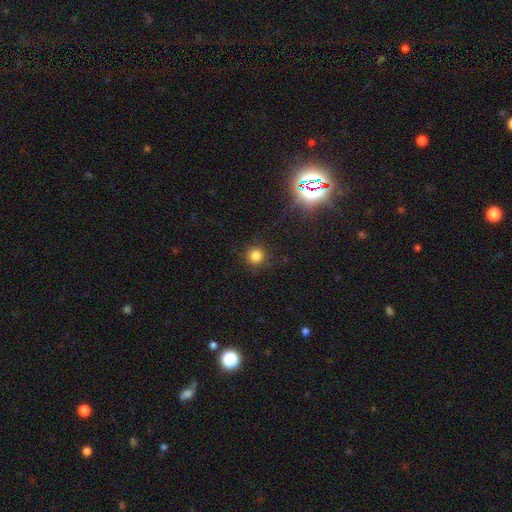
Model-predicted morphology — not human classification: The model was most divided on "smooth or featured": smooth: 80%, star or artifact: 15%, featured or disk: 4%. More confident: how rounded — round (94%); merging — none (88%).